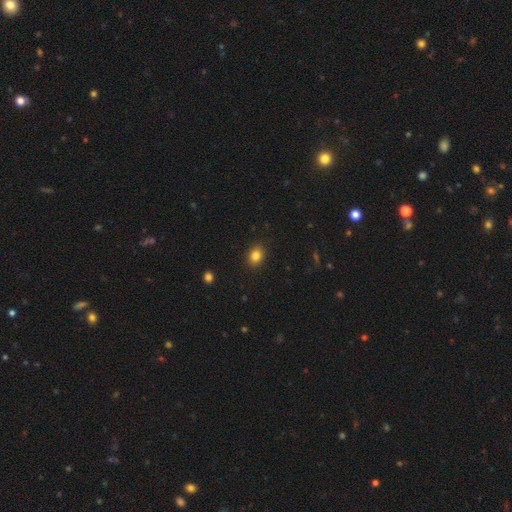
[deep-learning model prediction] A smooth galaxy with no disk features (84%) that is in between round and cigar-shaped (53%).

Vote fractions:
- Smooth or featured? smooth: 84% / star or artifact: 11% / featured or disk: 6%
- How rounded? in between: 53% / round: 46% / cigar-shaped: 1%
- Merging? none: 89% / minor disturbance: 8% / major disturbance: 2% / merger: 1%